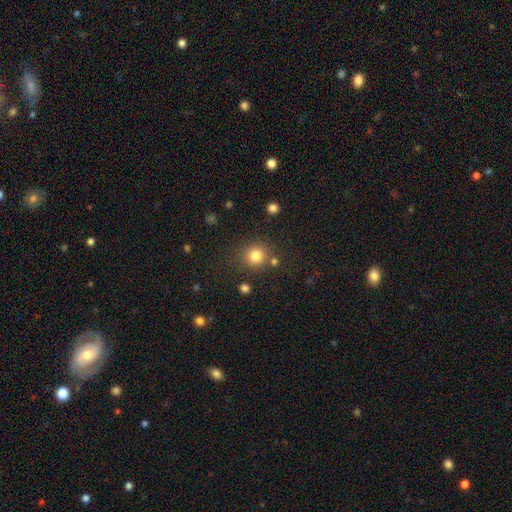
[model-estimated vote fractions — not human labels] Smooth or featured? smooth (82%)
How rounded? round (89%)
Merging? none (80%)